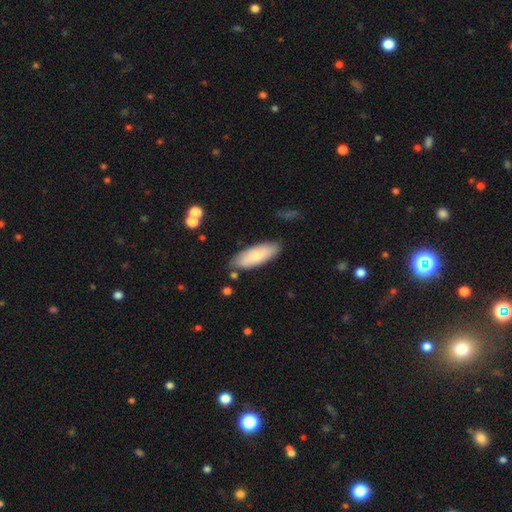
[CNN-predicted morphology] Smooth or featured?
  - smooth: 74% *
  - featured or disk: 20%
  - star or artifact: 6%
How rounded?
  - in between: 69% *
  - cigar-shaped: 29%
  - round: 2%
Merging?
  - none: 79% *
  - minor disturbance: 15%
  - major disturbance: 3%
  - merger: 3%